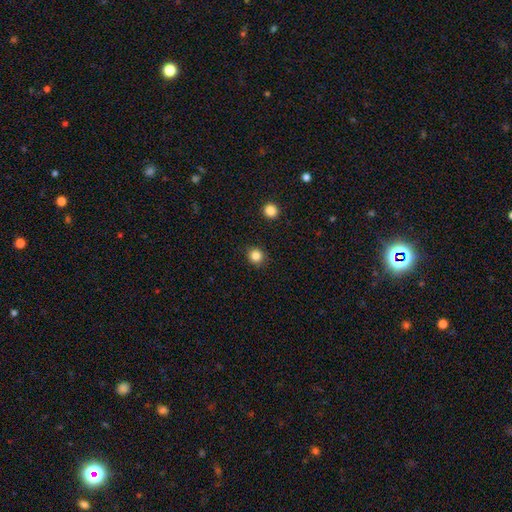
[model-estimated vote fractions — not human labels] This is clearly a smooth galaxy (84%). How rounded: clearly round (89%). Merging: clearly none (91%).